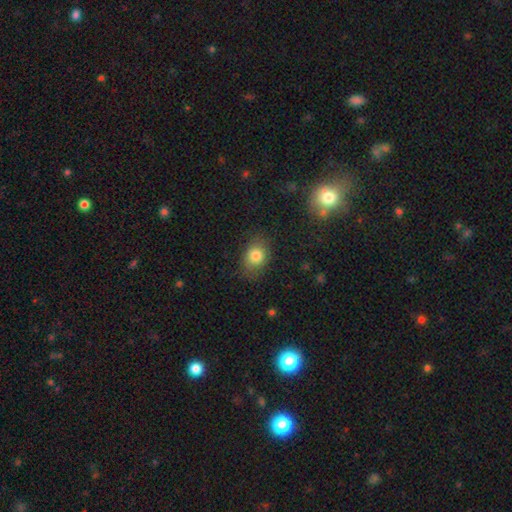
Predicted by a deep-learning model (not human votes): smooth-or-featured: smooth: 82% | star or artifact: 10% | featured or disk: 8%
  how-rounded: in between: 62% | round: 36% | cigar-shaped: 1%
  merging: none: 75% | minor disturbance: 18% | major disturbance: 6% | merger: 1%